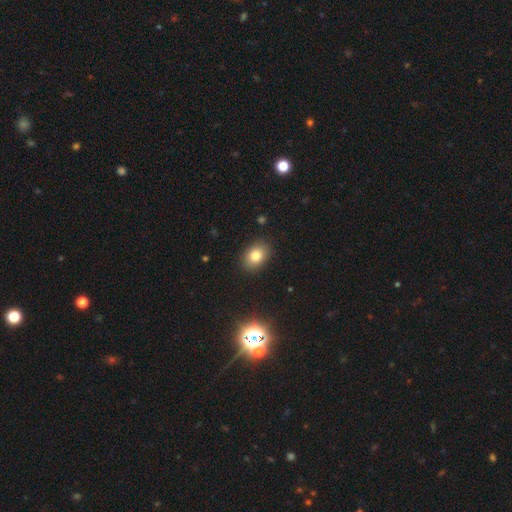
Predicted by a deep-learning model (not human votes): smooth 81%, star or artifact 11%, featured or disk 8%. Down the decision tree: how rounded — in between (74%); merging — none (88%).